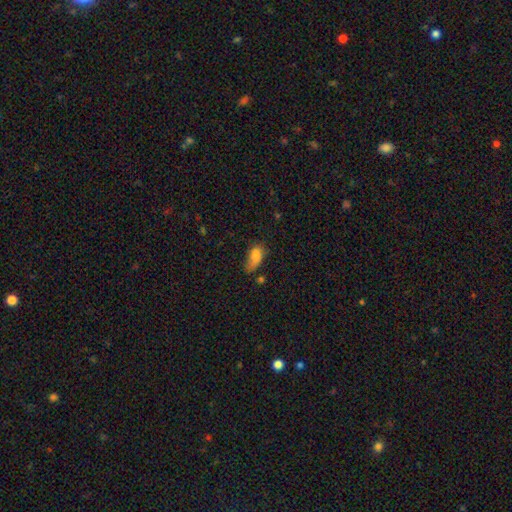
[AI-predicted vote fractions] Q: Smooth or featured?
A: smooth (77%); runner-up: featured or disk (13%)
Q: How rounded?
A: in between (87%); runner-up: cigar-shaped (7%)
Q: Merging?
A: minor disturbance (35%); runner-up: none (32%)